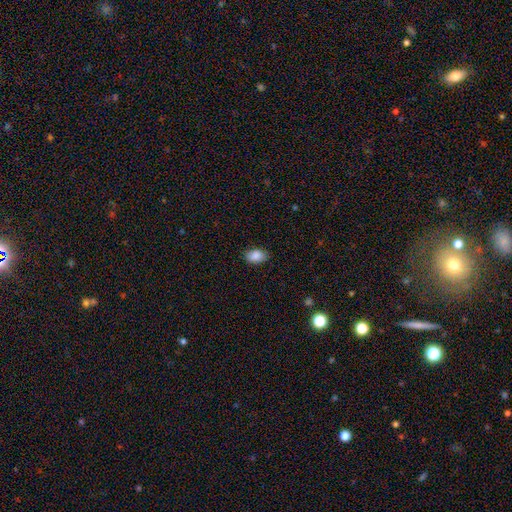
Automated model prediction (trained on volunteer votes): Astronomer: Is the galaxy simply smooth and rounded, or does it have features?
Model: smooth — 88%.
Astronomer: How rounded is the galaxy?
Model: in between — 86%.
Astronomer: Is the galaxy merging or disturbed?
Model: none — 85%.